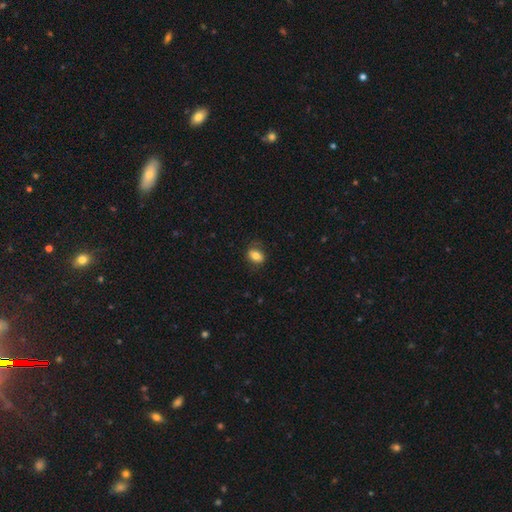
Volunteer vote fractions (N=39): This appears to be a smooth galaxy with no disk features (74%) that is in between round and cigar-shaped (62%). Merging: none (76%).